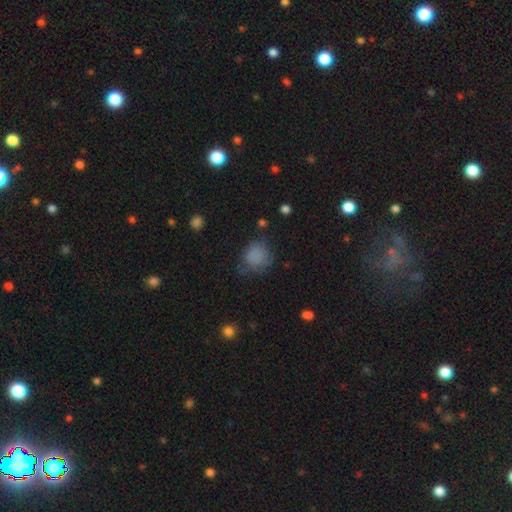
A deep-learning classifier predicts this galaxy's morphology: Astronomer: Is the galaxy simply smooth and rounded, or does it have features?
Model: smooth — 79%.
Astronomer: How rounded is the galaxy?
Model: round — 74%.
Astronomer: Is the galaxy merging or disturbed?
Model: none — 54%.